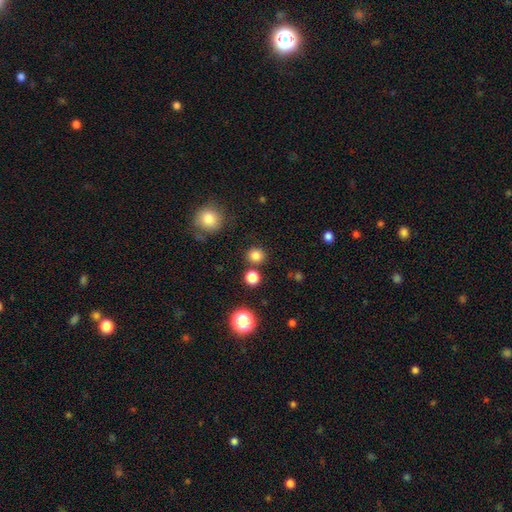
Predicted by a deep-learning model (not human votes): This is clearly a smooth galaxy (81%). How rounded: clearly round (90%). Merging: clearly none (84%).